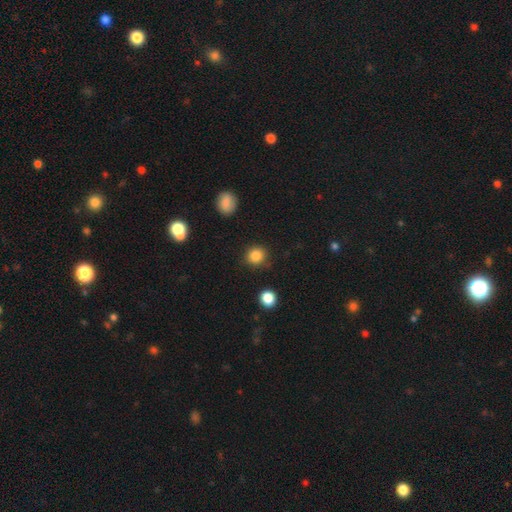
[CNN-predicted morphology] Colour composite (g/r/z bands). It shows a smooth galaxy with no disk features (85%) that is round (89%). Merging: none (88%).